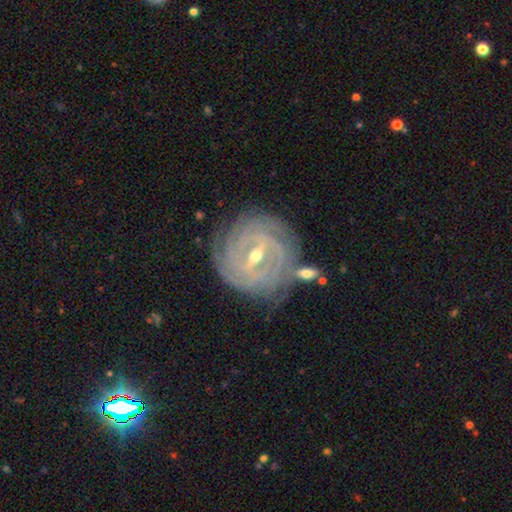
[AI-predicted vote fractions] Smooth or featured? Predicted: featured or disk (p=0.91). Edge-on disk? Predicted: no (p=0.95). Bar? Predicted: strong (p=0.57). Spiral arms? Predicted: yes (p=0.97). Spiral winding? Predicted: tight (p=0.87). Spiral arm count? Predicted: 4 (p=0.32). Bulge size? Predicted: moderate (p=0.51). Merging? Predicted: none (p=0.79).